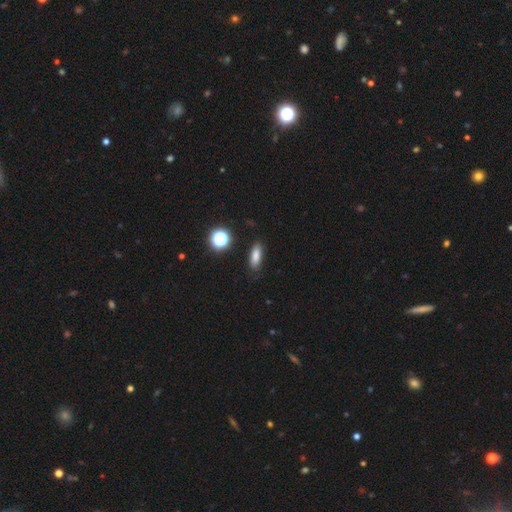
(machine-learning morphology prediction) This appears to be a smooth galaxy with no disk features (79%) that is in between round and cigar-shaped (63%). Merging: none (81%).